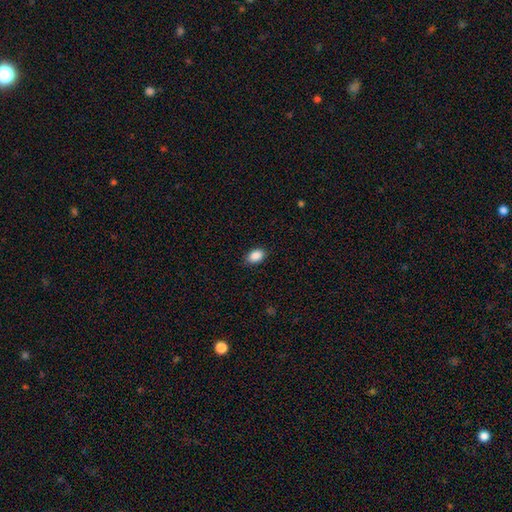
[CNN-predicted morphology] A smooth galaxy with no disk features (89%) that is in between round and cigar-shaped (87%). Merging: none (86%).